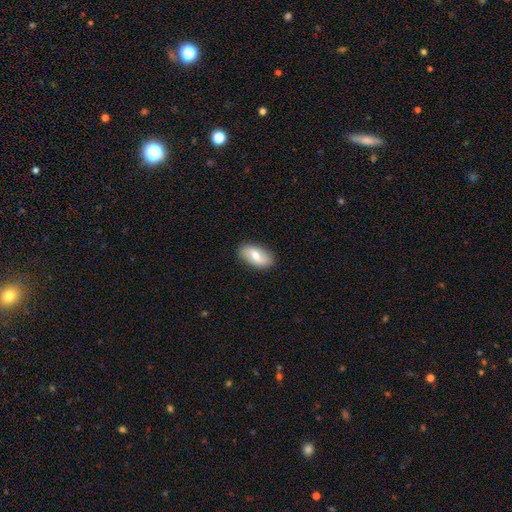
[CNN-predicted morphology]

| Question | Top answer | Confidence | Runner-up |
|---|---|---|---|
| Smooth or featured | smooth | 62% | featured or disk (32%) |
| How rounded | in between | 92% | cigar-shaped (4%) |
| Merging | none | 87% | minor disturbance (10%) |